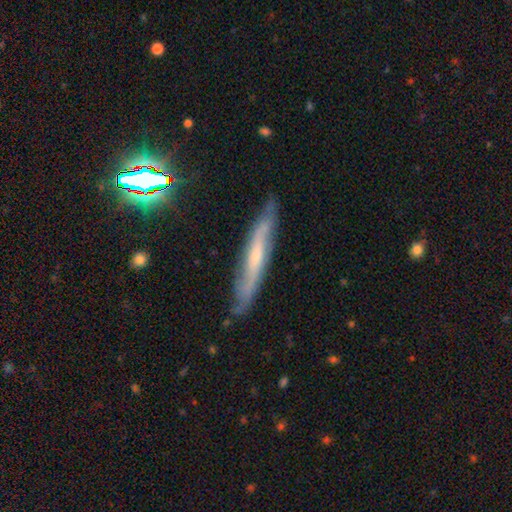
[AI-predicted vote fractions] Smooth or featured: featured or disk — 62% (smooth — 31%)
Edge-on disk: yes — 72% (no — 28%)
Merging: none — 78% (minor disturbance — 17%)